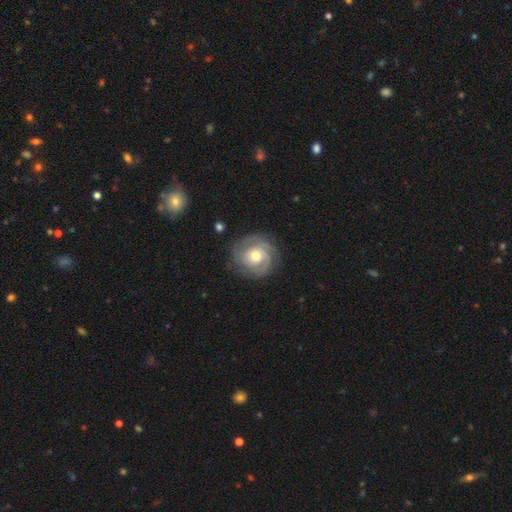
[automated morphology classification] Smooth or featured? featured or disk (81%)
Edge-on disk? no (98%)
Bar? no (70%)
Spiral arms? yes (95%)
Spiral winding? tight (67%)
Spiral arm count? 3 (31%)
Bulge size? moderate (68%)
Merging? none (80%)